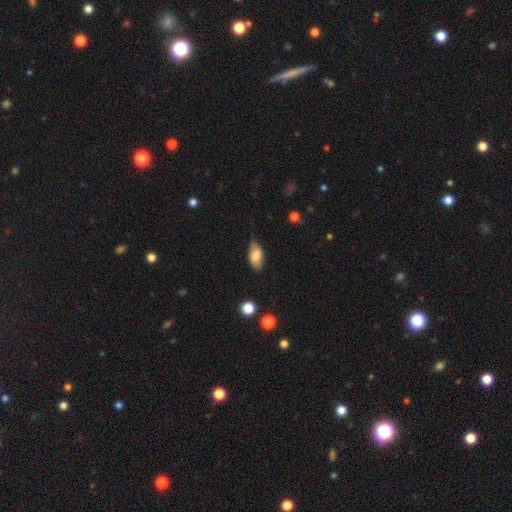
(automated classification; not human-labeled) The model was most divided on "merging": none: 72%, minor disturbance: 22%, major disturbance: 4%, merger: 1%. More confident: how rounded — in between (91%); smooth or featured — smooth (77%).